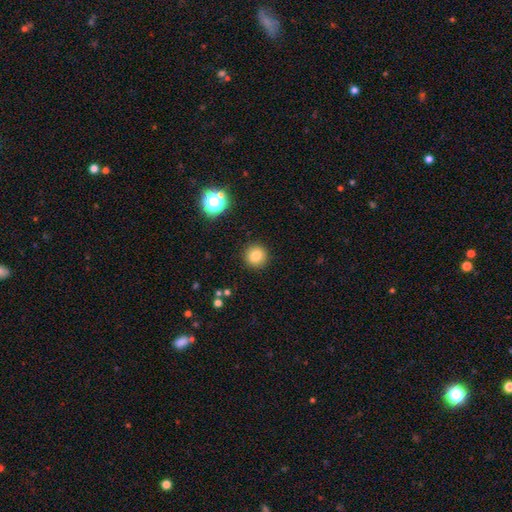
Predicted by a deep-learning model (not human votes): smooth-or-featured: smooth: 82% | star or artifact: 12% | featured or disk: 6%
  how-rounded: round: 93% | in between: 6% | cigar-shaped: 1%
  merging: none: 91% | minor disturbance: 5% | major disturbance: 2% | merger: 1%